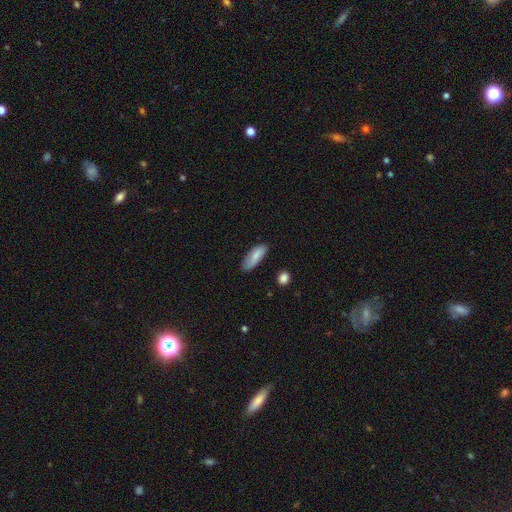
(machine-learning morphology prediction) Smooth or featured?
  - smooth: 79% *
  - featured or disk: 15%
  - star or artifact: 6%
How rounded?
  - in between: 70% *
  - cigar-shaped: 28%
  - round: 2%
Merging?
  - none: 75% *
  - minor disturbance: 20%
  - major disturbance: 3%
  - merger: 2%